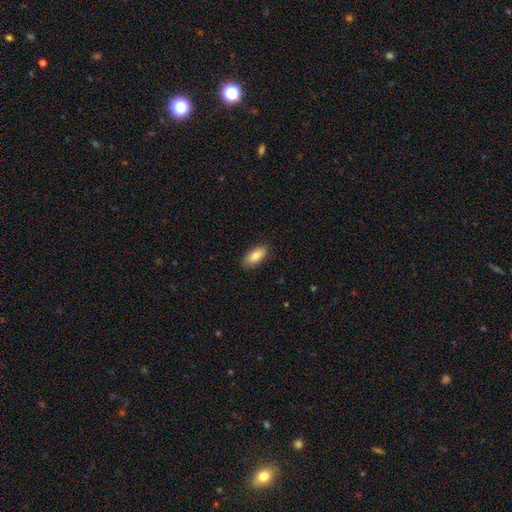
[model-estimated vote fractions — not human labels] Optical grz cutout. It shows a smooth galaxy with no disk features (82%) that is in between round and cigar-shaped (83%). Merging: none (87%).